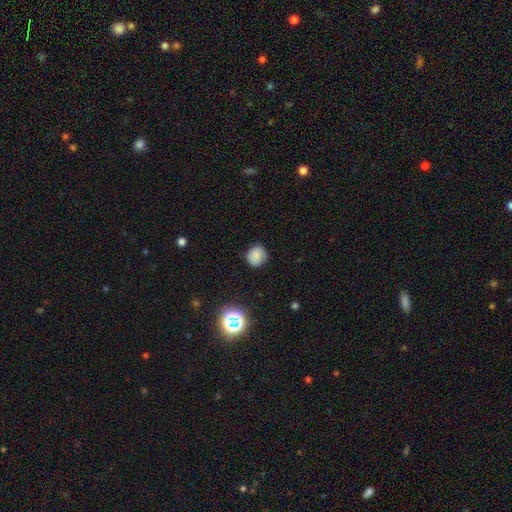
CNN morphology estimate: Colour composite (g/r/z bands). It shows a smooth galaxy with no disk features (84%) that is round (88%). Merging: none (87%).